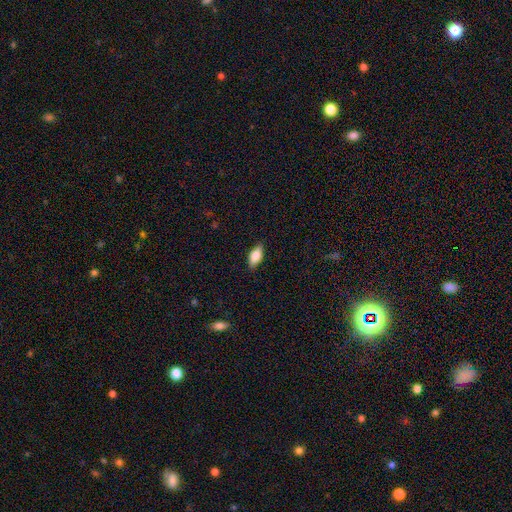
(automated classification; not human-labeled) A smooth galaxy with no disk features (78%) that is in between round and cigar-shaped (85%). Merging: none (87%).